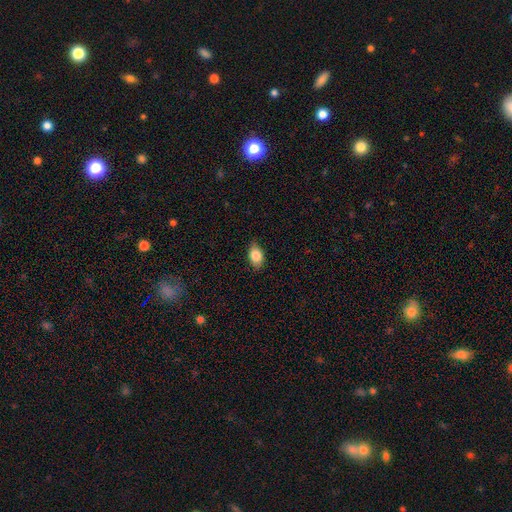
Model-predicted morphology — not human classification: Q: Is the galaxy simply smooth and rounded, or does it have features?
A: smooth — 84%.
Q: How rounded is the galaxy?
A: in between — 86%.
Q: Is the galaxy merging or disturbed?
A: none — 79%.